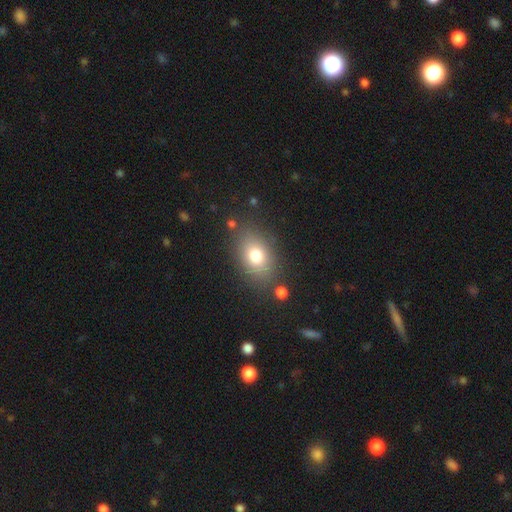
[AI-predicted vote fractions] This is likely a smooth galaxy (77%). How rounded: likely in between (73%). Merging: likely none (79%).